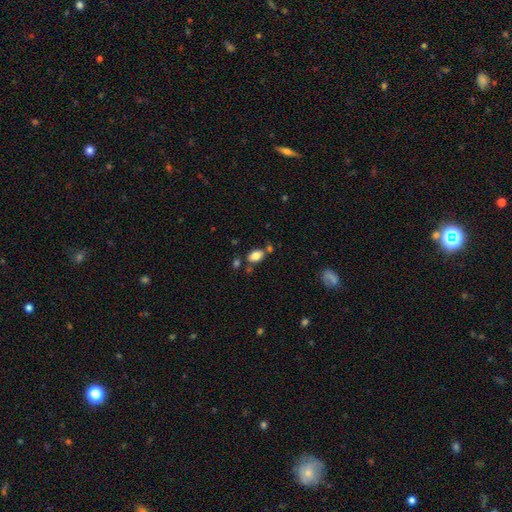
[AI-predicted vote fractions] smooth-or-featured: smooth: 82% | star or artifact: 9% | featured or disk: 9%
  how-rounded: in between: 85% | round: 13% | cigar-shaped: 2%
  merging: none: 68% | merger: 14% | minor disturbance: 14% | major disturbance: 4%